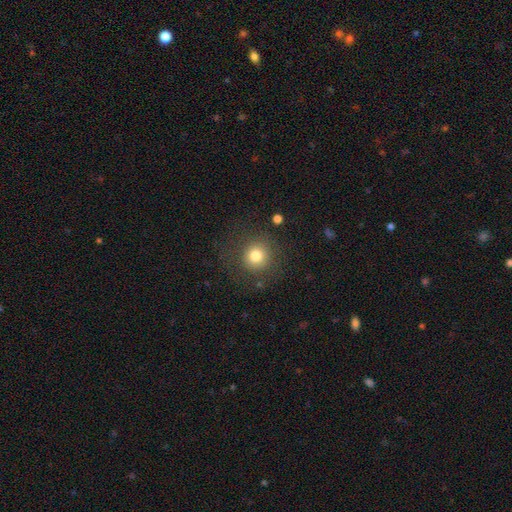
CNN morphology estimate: Smooth or featured? Predicted: smooth (p=0.79). How rounded? Predicted: round (p=0.92). Merging? Predicted: none (p=0.82).